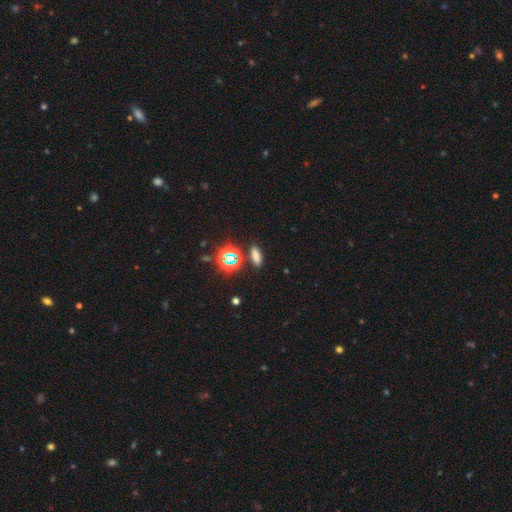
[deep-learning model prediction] smooth-or-featured: smooth: 68% | star or artifact: 24% | featured or disk: 8%
  how-rounded: in between: 60% | cigar-shaped: 30% | round: 10%
  merging: none: 82% | minor disturbance: 9% | merger: 5% | major disturbance: 3%